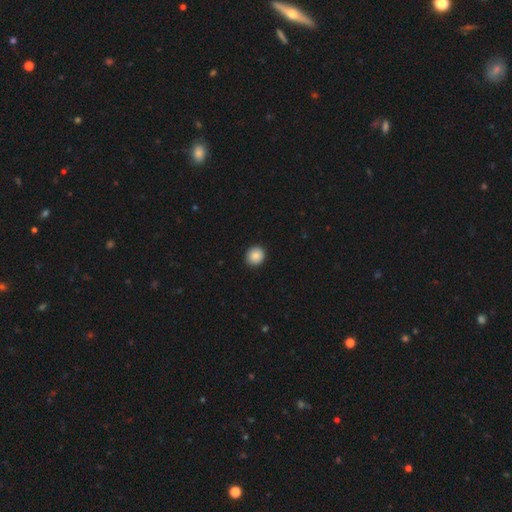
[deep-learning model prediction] A smooth galaxy with no disk features (86%) that is round (89%). Merging: none (91%).